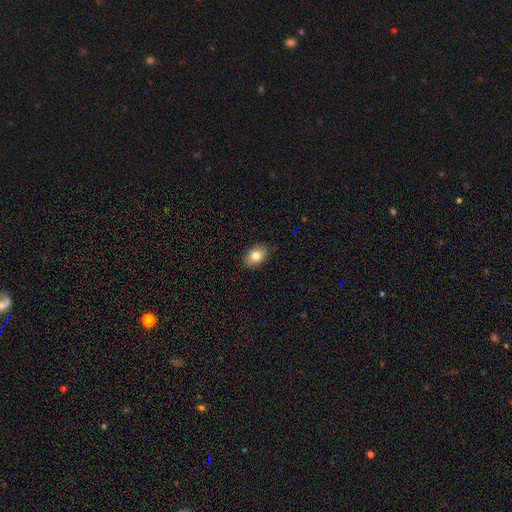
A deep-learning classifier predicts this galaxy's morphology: smooth-or-featured: smooth: 81% | featured or disk: 10% | star or artifact: 9%
  how-rounded: in between: 75% | round: 24% | cigar-shaped: 1%
  merging: none: 85% | minor disturbance: 12% | major disturbance: 2% | merger: 1%